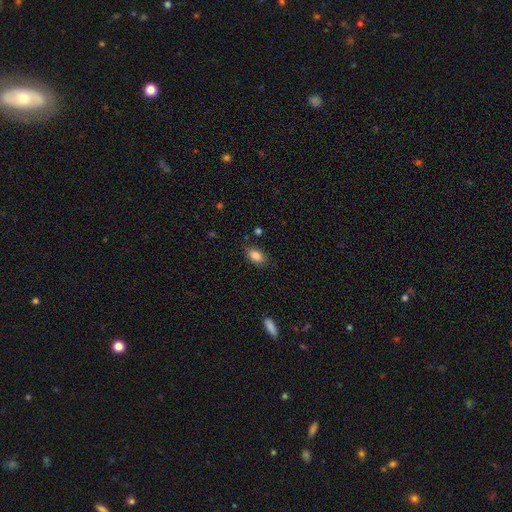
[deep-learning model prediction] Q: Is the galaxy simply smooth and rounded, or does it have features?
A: smooth — 86%.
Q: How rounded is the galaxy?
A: in between — 90%.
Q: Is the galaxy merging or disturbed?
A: none — 81%.